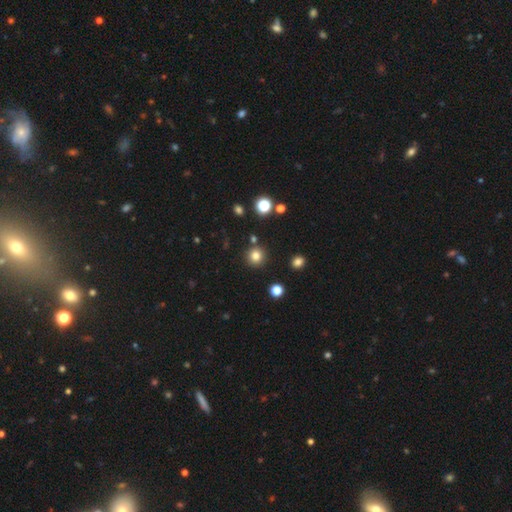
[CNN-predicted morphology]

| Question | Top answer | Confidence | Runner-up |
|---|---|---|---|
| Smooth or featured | smooth | 81% | star or artifact (13%) |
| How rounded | round | 94% | in between (5%) |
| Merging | none | 87% | minor disturbance (6%) |